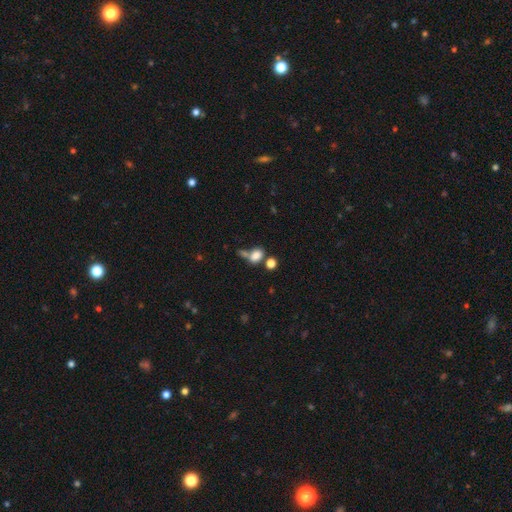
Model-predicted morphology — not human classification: A smooth galaxy with no disk features (79%) that is in between round and cigar-shaped (73%).

Vote fractions:
- Smooth or featured? smooth: 79% / star or artifact: 12% / featured or disk: 9%
- How rounded? in between: 73% / round: 25% / cigar-shaped: 2%
- Merging? merger: 40% / none: 35% / minor disturbance: 14% / major disturbance: 11%